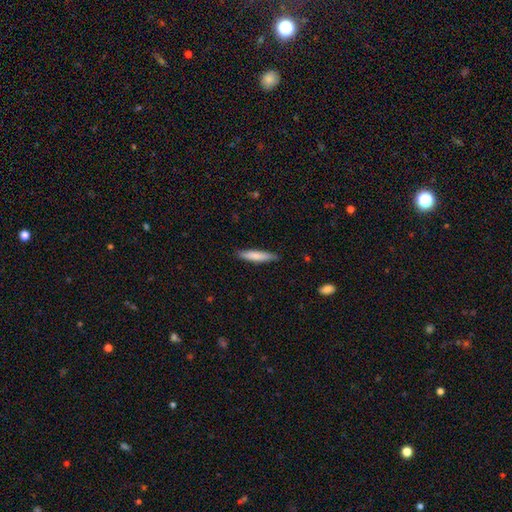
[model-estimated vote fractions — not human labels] This is likely a smooth galaxy (77%). How rounded: clearly cigar-shaped (87%). Merging: clearly none (87%).